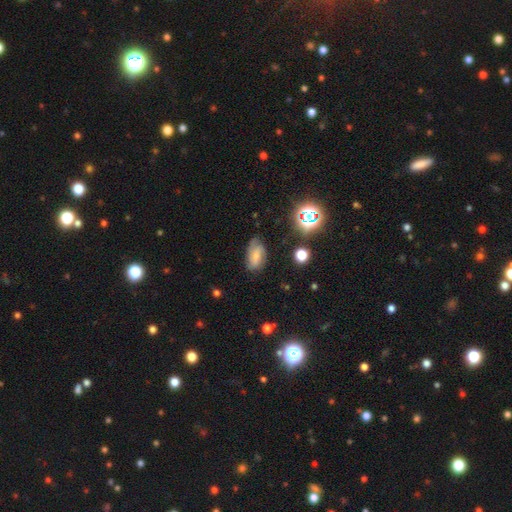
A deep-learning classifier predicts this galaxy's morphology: Q: Smooth or featured?
A: smooth (50%); runner-up: featured or disk (37%)
Q: Merging?
A: none (62%); runner-up: minor disturbance (28%)